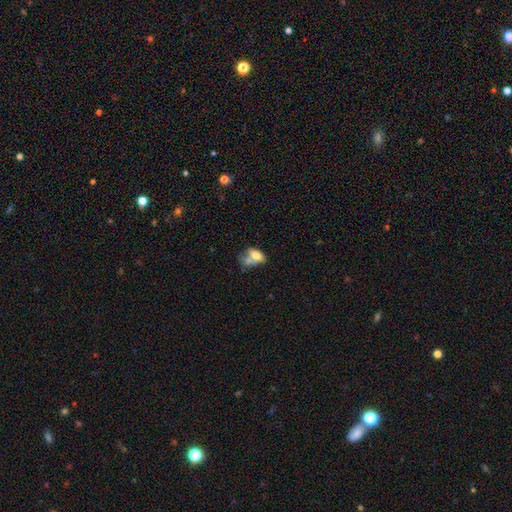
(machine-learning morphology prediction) Smooth or featured? Predicted: smooth (p=0.67). How rounded? Predicted: in between (p=0.85). Merging? Predicted: merger (p=0.46).